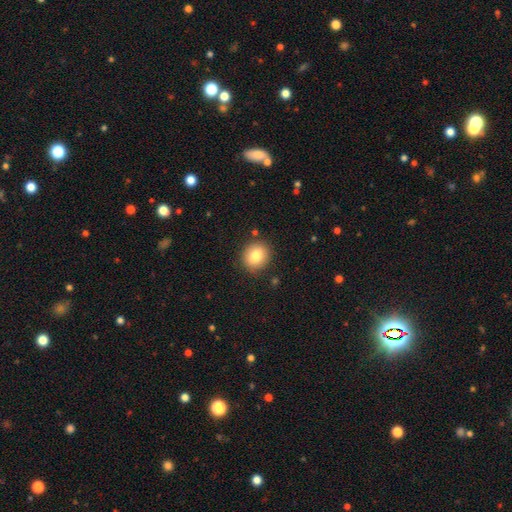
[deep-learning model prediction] Smooth or featured? Predicted: smooth (p=0.81). How rounded? Predicted: round (p=0.76). Merging? Predicted: none (p=0.88).